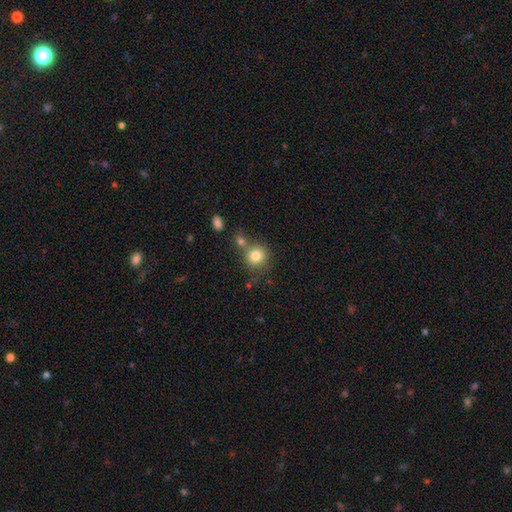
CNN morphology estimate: Smooth or featured: smooth — 81% (star or artifact — 11%)
How rounded: round — 86% (in between — 13%)
Merging: none — 60% (merger — 23%)